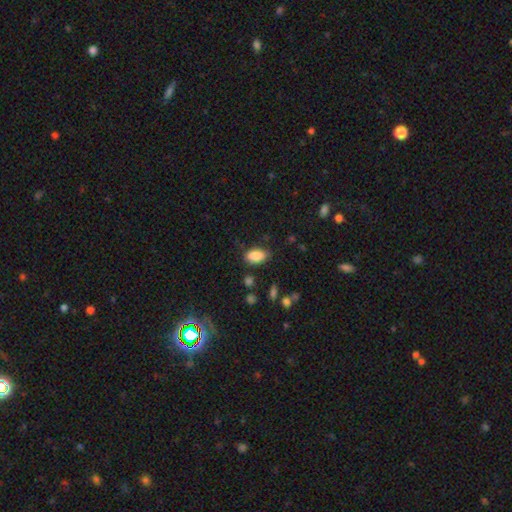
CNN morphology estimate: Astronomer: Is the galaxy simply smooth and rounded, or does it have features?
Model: smooth — 87%.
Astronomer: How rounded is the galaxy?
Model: in between — 92%.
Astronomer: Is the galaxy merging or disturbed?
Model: none — 76%.